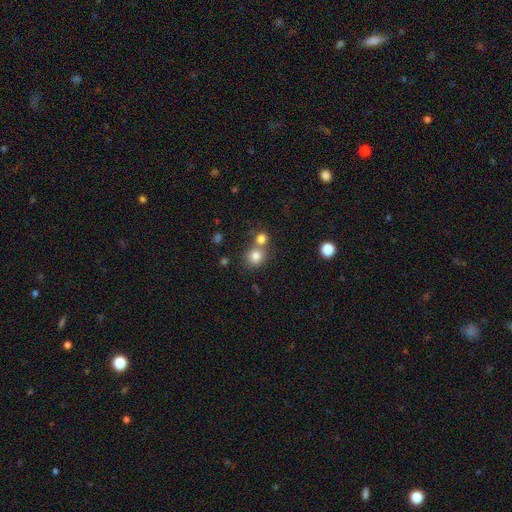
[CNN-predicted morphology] Q: Smooth or featured?
A: smooth (80%); runner-up: star or artifact (13%)
Q: How rounded?
A: round (84%); runner-up: in between (15%)
Q: Merging?
A: none (52%); runner-up: merger (38%)